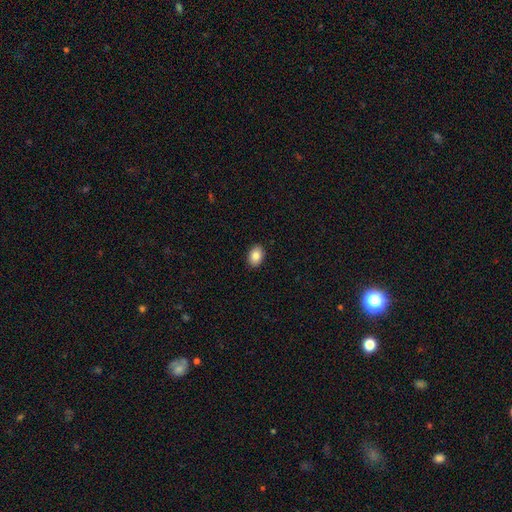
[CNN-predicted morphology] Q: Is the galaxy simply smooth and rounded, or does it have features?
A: smooth — 85%.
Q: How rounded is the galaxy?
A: in between — 80%.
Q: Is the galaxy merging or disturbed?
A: none — 90%.